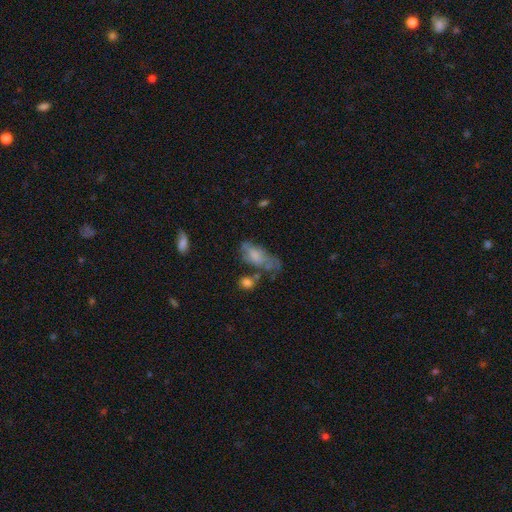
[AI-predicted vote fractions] This appears to be a smooth galaxy with no disk features (57%) that is in between round and cigar-shaped (83%). Merging: major disturbance (30%).